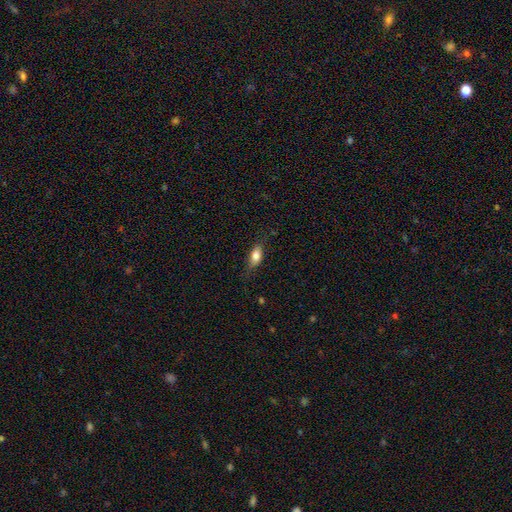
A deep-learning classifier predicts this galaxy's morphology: A smooth galaxy with no disk features (77%) that is in between round and cigar-shaped (78%).

Vote fractions:
- Smooth or featured? smooth: 77% / featured or disk: 16% / star or artifact: 8%
- How rounded? in between: 78% / cigar-shaped: 17% / round: 5%
- Merging? none: 74% / minor disturbance: 20% / major disturbance: 5% / merger: 1%